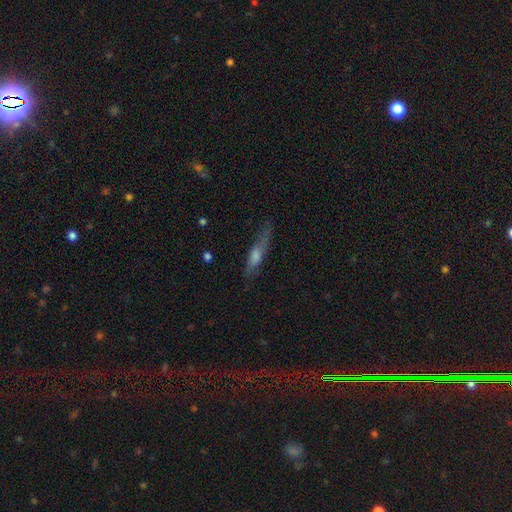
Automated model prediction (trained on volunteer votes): smooth 49%, featured or disk 42%, star or artifact 9%. Down the decision tree: merging — none (65%).